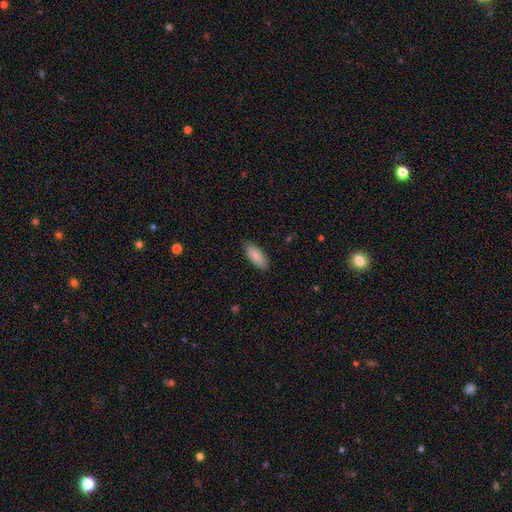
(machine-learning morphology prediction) smooth-or-featured: smooth: 88% | star or artifact: 6% | featured or disk: 6%
  how-rounded: in between: 84% | cigar-shaped: 15% | round: 2%
  merging: none: 86% | minor disturbance: 11% | major disturbance: 2% | merger: 1%